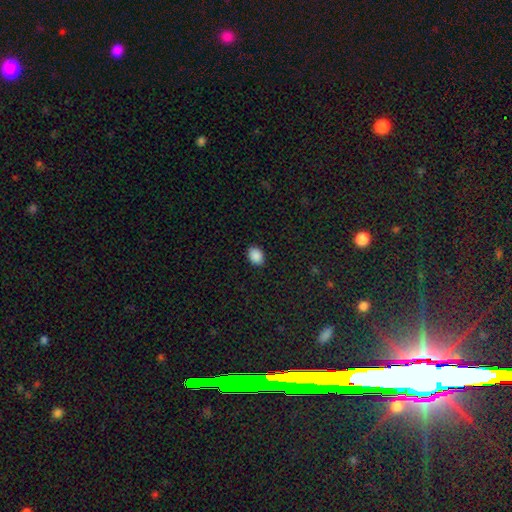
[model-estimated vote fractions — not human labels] smooth 89%, star or artifact 8%, featured or disk 3%. Down the decision tree: how rounded — in between (72%); merging — none (88%).